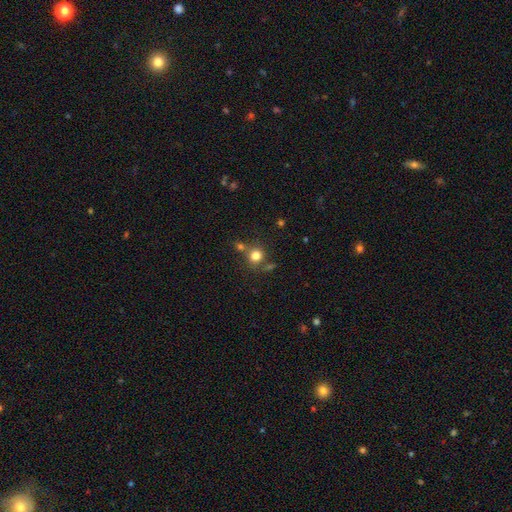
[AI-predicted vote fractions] Q: Smooth or featured?
A: smooth (79%); runner-up: star or artifact (13%)
Q: How rounded?
A: round (87%); runner-up: in between (12%)
Q: Merging?
A: none (66%); runner-up: merger (19%)